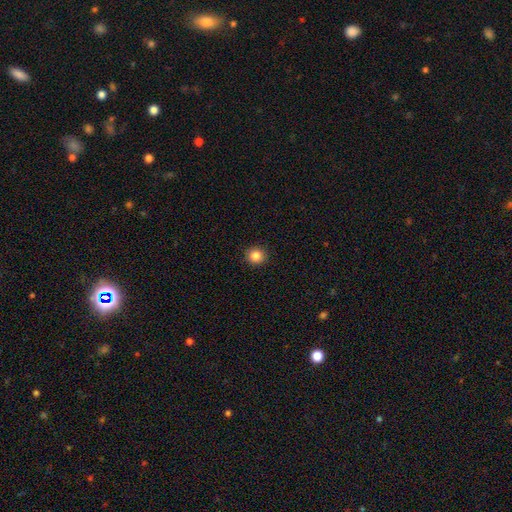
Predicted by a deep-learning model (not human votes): A smooth galaxy with no disk features (85%) that is round (91%). Merging: none (93%).